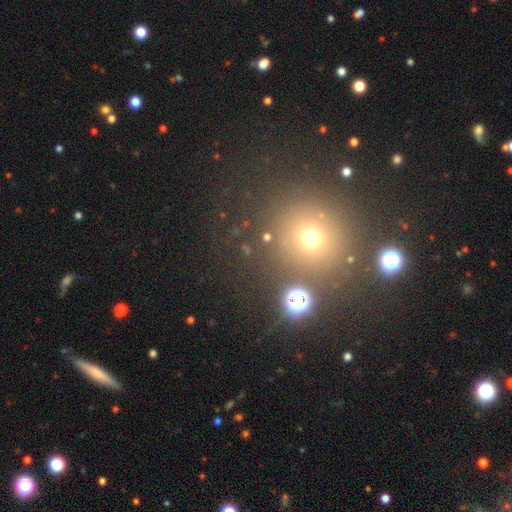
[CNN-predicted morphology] Overall: smooth (49%; star or artifact 40%). Merging: none (80%).